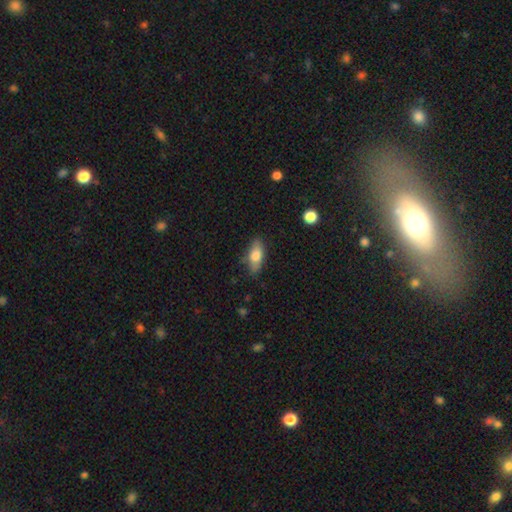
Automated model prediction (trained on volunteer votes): Morphology: type=smooth (71%); roundness=in between (77%); merging=none (77%).